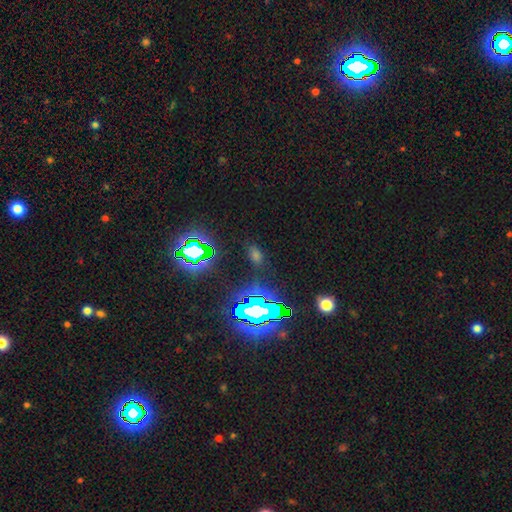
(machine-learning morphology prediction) This is possibly a star or artifact rather than a galaxy (53%).